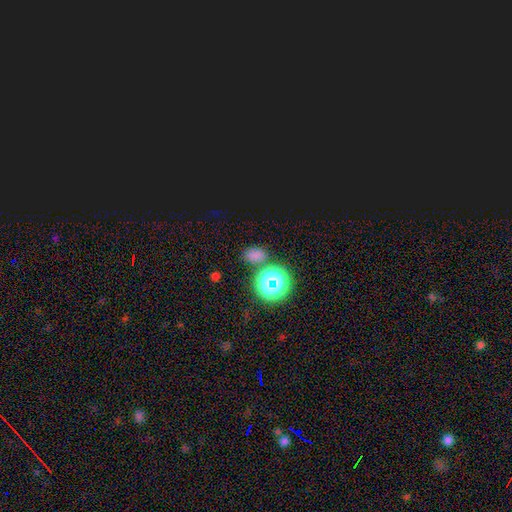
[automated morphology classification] Smooth or featured: smooth — 62% (star or artifact — 32%)
How rounded: in between — 58% (round — 40%)
Merging: none — 73% (minor disturbance — 12%)